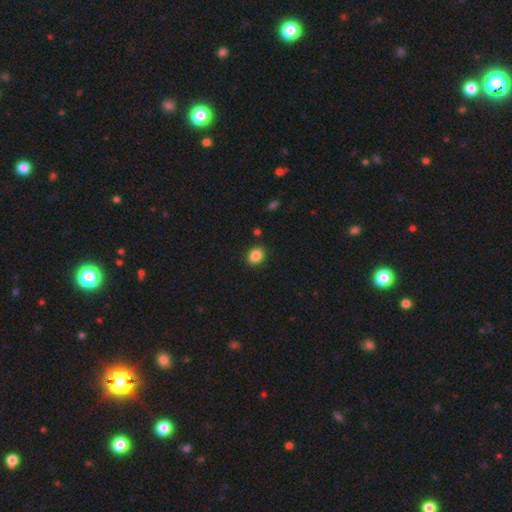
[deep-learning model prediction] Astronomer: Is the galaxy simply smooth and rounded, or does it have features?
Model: smooth — 86%.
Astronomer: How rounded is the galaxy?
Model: round — 62% (runner-up: in between, 38%).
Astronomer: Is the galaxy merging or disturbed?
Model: none — 88%.